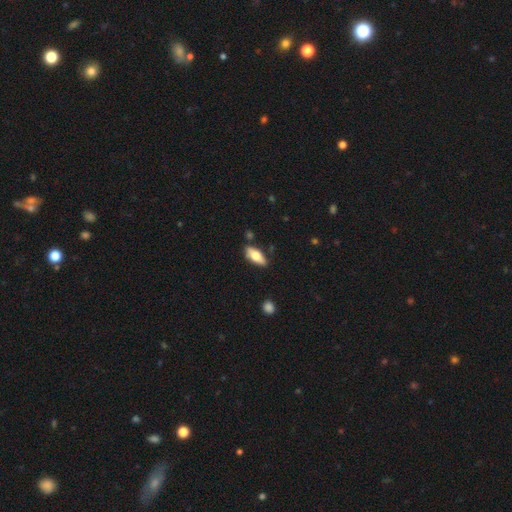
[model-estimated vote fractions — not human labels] This is likely a smooth galaxy (66%). How rounded: likely in between (79%). Merging: clearly none (81%).